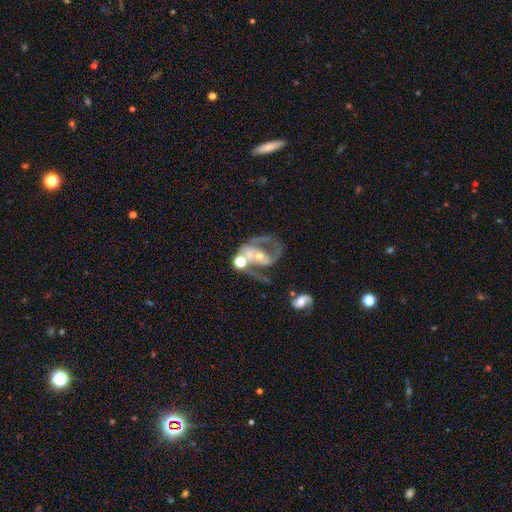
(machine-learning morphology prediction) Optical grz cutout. It shows a featured or disk galaxy (81%) with no bar (43%), 2 (79%) medium (51%) spiral arms (83%) and a moderate central bulge (52%). Merging: none (39%).